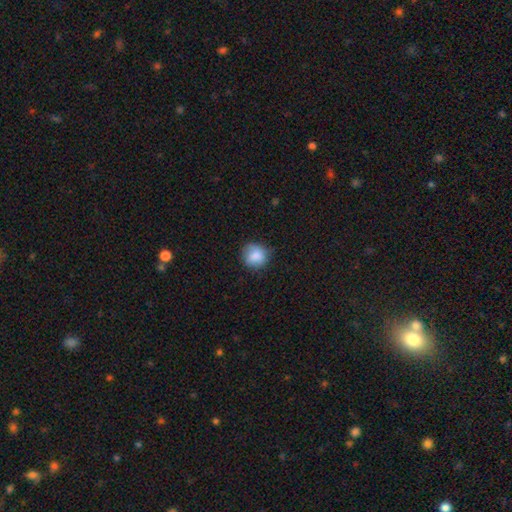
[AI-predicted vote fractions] Smooth or featured?
  - smooth: 84% *
  - star or artifact: 8%
  - featured or disk: 7%
How rounded?
  - round: 85% *
  - in between: 14%
  - cigar-shaped: 1%
Merging?
  - none: 76% *
  - minor disturbance: 19%
  - major disturbance: 4%
  - merger: 1%